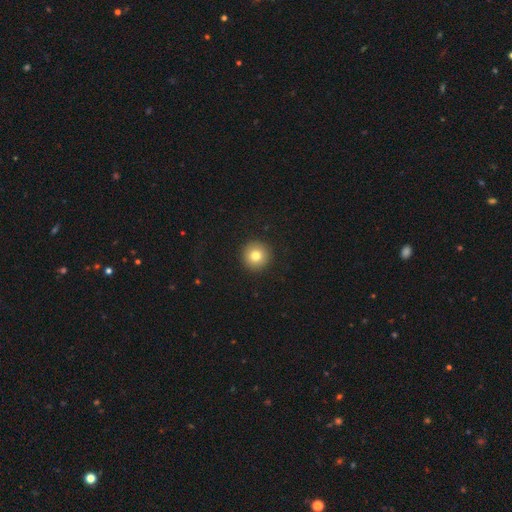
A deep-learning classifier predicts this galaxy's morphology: Smooth or featured?
  - smooth: 80% *
  - star or artifact: 11%
  - featured or disk: 9%
How rounded?
  - round: 96% *
  - in between: 3%
  - cigar-shaped: 1%
Merging?
  - none: 93% *
  - minor disturbance: 4%
  - major disturbance: 2%
  - merger: 1%